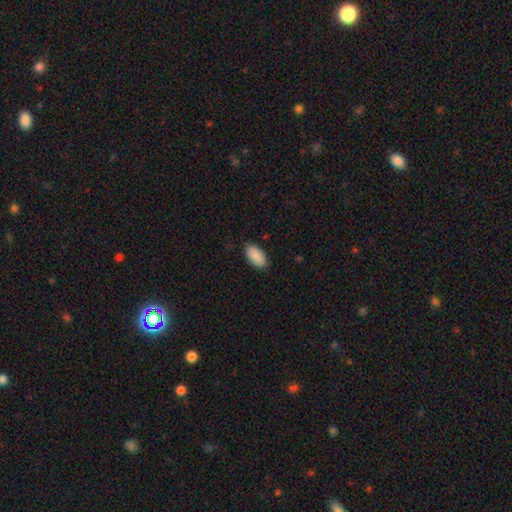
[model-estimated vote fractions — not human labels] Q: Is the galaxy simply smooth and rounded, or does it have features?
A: smooth — 91%.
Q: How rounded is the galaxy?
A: in between — 95%.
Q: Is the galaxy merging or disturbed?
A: none — 87%.